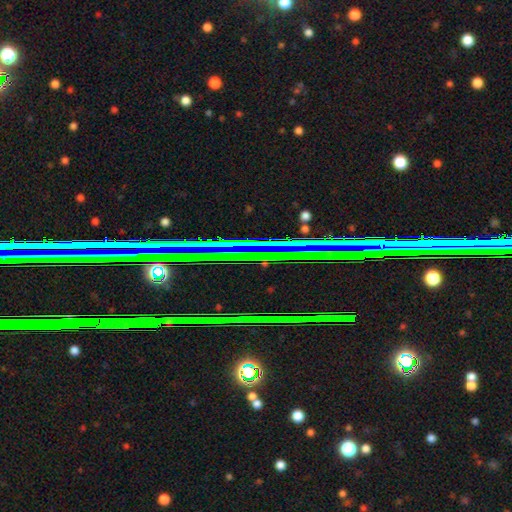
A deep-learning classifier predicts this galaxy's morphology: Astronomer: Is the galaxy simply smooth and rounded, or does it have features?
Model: star or artifact — 78%.